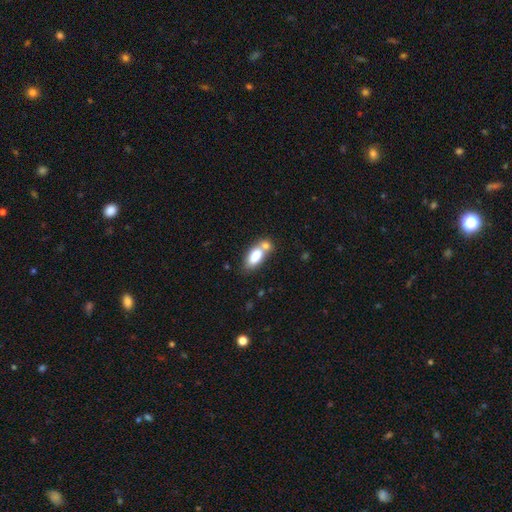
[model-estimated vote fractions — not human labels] smooth-or-featured: smooth: 79% | featured or disk: 13% | star or artifact: 8%
  how-rounded: in between: 86% | cigar-shaped: 9% | round: 5%
  merging: none: 42% | merger: 41% | minor disturbance: 12% | major disturbance: 5%